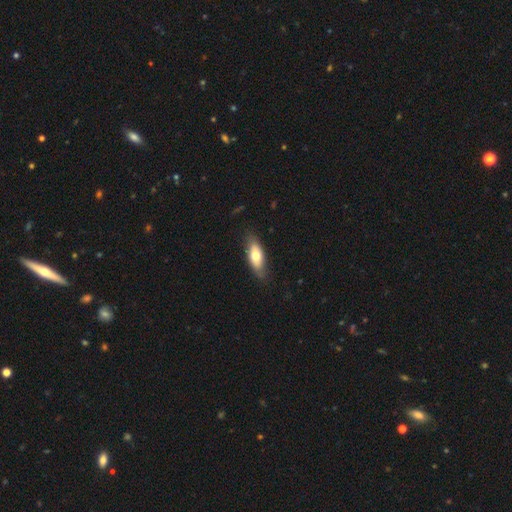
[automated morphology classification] The model was most divided on "smooth or featured": smooth: 69%, featured or disk: 26%, star or artifact: 6%. More confident: how rounded — in between (78%); merging — none (77%).